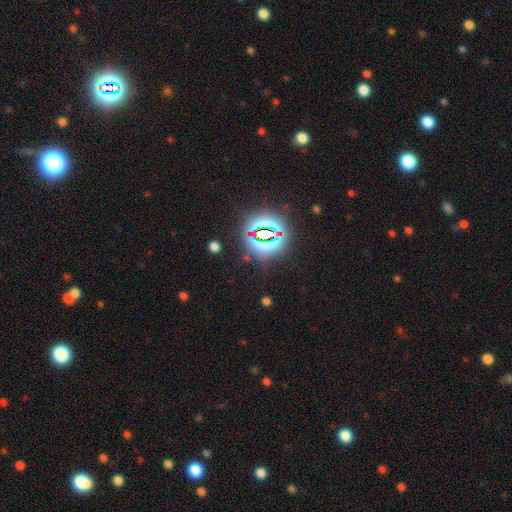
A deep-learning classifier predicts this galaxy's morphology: star or artifact 83%, smooth 10%, featured or disk 7%.